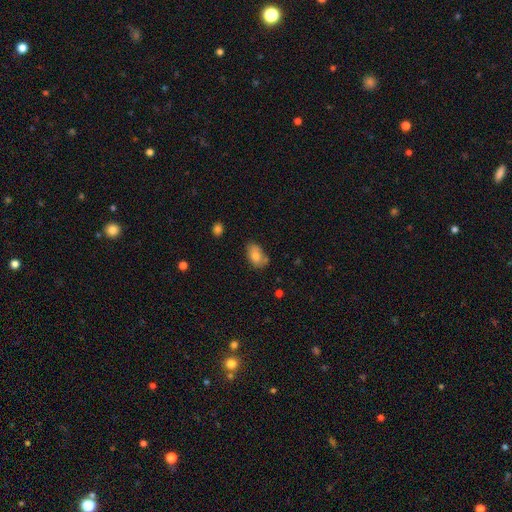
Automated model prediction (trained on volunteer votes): Smooth or featured? Predicted: smooth (p=0.78). How rounded? Predicted: in between (p=0.87). Merging? Predicted: none (p=0.61).